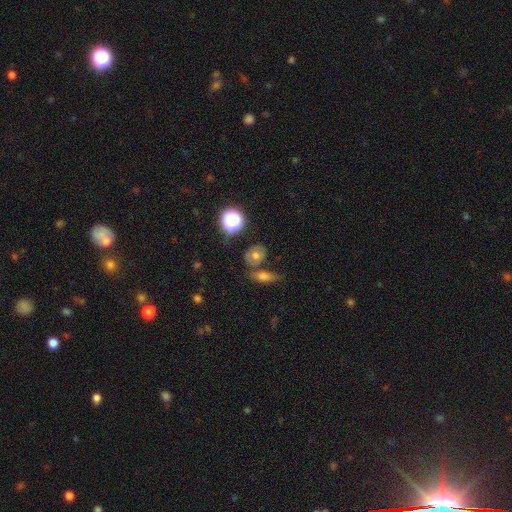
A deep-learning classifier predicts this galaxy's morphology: smooth-or-featured: smooth: 62% | featured or disk: 23% | star or artifact: 15%
  how-rounded: in between: 53% | round: 44% | cigar-shaped: 3%
  merging: none: 63% | merger: 17% | minor disturbance: 15% | major disturbance: 5%